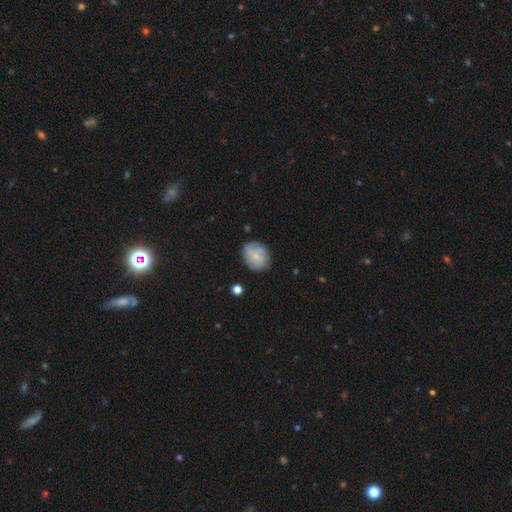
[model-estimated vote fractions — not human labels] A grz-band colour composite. It shows a smooth galaxy with no disk features (62%) that is round (53%). Merging: none (72%).